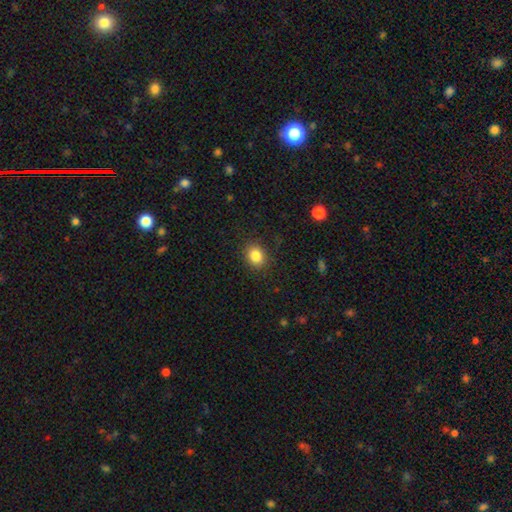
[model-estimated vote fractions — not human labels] Smooth or featured? Predicted: smooth (p=0.85). How rounded? Predicted: round (p=0.55). Merging? Predicted: none (p=0.87).